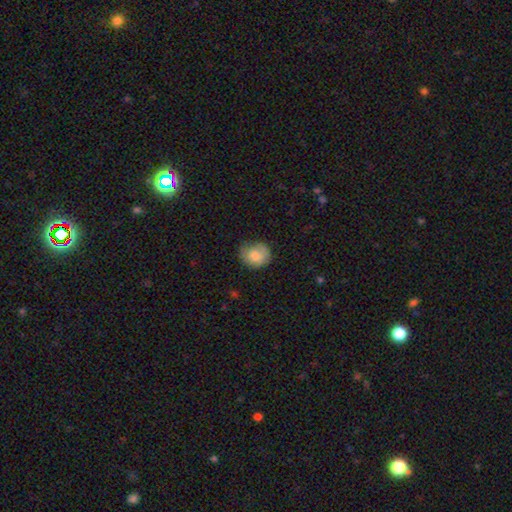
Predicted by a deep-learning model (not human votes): Smooth or featured: smooth — 80% (featured or disk — 13%)
How rounded: round — 69% (in between — 30%)
Merging: none — 62% (minor disturbance — 28%)